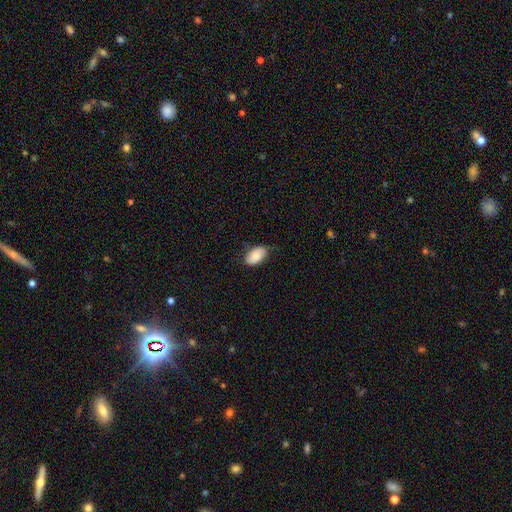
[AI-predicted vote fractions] smooth_or_featured: smooth (p=0.79) [alt: featured or disk p=0.14]
how_rounded: in between (p=0.94) [alt: round p=0.05]
merging: none (p=0.71) [alt: minor disturbance p=0.23]